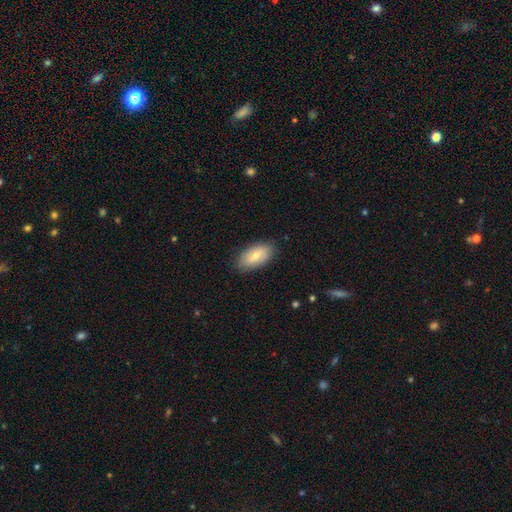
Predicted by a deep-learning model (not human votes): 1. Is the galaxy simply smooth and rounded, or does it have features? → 72% smooth, 22% featured or disk, 6% star or artifact.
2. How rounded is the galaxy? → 93% in between, 4% cigar-shaped, 3% round.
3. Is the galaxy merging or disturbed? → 84% none, 12% minor disturbance, 3% major disturbance, 1% merger.